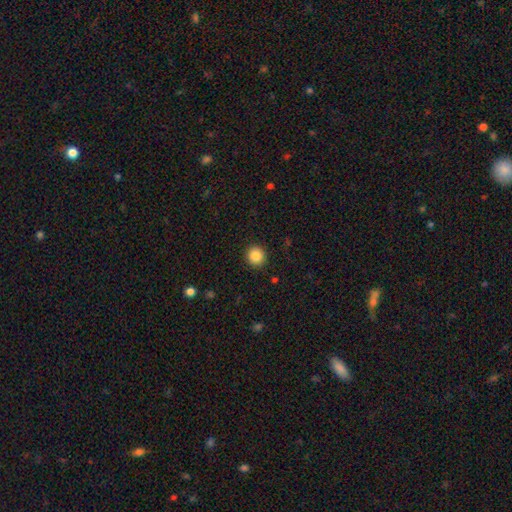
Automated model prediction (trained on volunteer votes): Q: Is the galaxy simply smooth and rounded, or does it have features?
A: smooth — 86%.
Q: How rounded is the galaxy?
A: round — 92%.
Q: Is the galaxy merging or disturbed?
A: none — 92%.